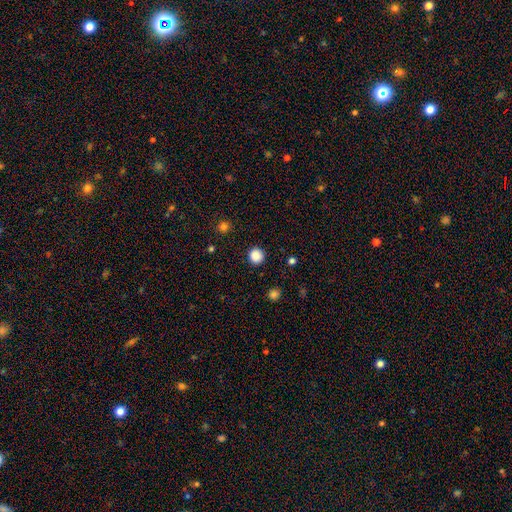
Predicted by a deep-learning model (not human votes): smooth_or_featured: smooth (p=0.87) [alt: star or artifact p=0.11]
how_rounded: round (p=0.93) [alt: in between p=0.06]
merging: none (p=0.92) [alt: minor disturbance p=0.05]